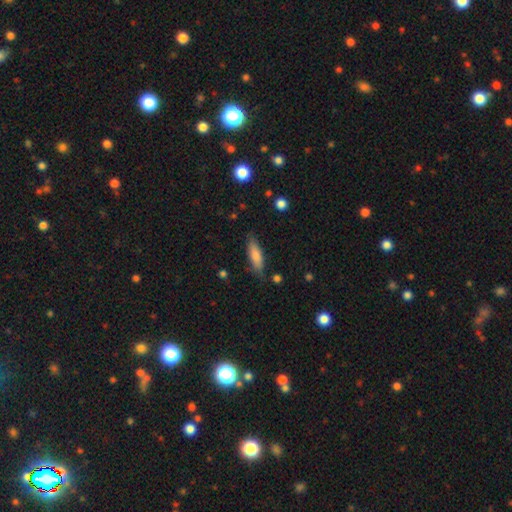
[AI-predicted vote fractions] Q: Smooth or featured?
A: smooth (80%); runner-up: featured or disk (13%)
Q: How rounded?
A: cigar-shaped (54%); runner-up: in between (44%)
Q: Merging?
A: none (77%); runner-up: minor disturbance (18%)